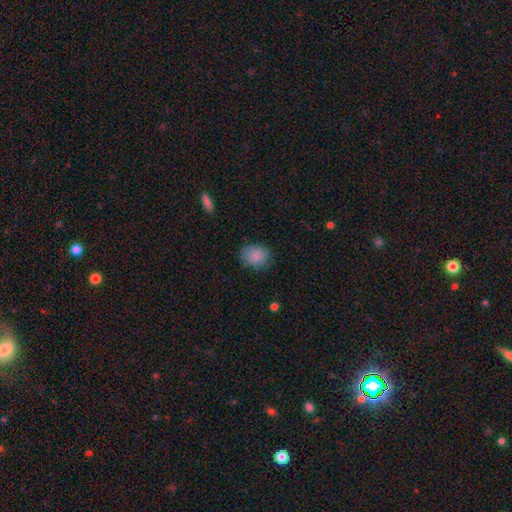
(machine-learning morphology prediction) smooth-or-featured: smooth: 86% | star or artifact: 8% | featured or disk: 6%
  how-rounded: round: 60% | in between: 39% | cigar-shaped: 1%
  merging: none: 78% | minor disturbance: 17% | major disturbance: 4% | merger: 1%